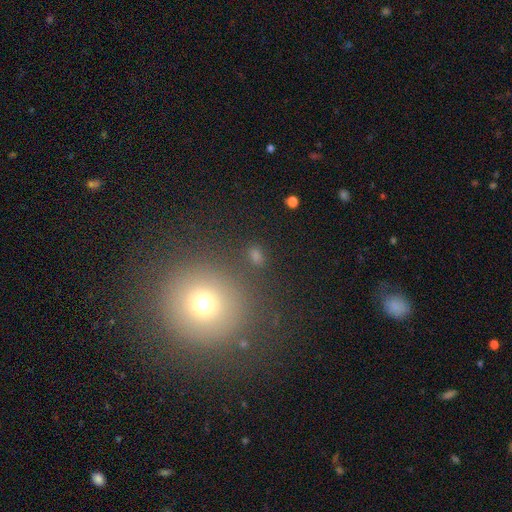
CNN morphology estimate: Smooth or featured? Predicted: smooth (p=0.65). How rounded? Predicted: round (p=0.92). Merging? Predicted: none (p=0.84).